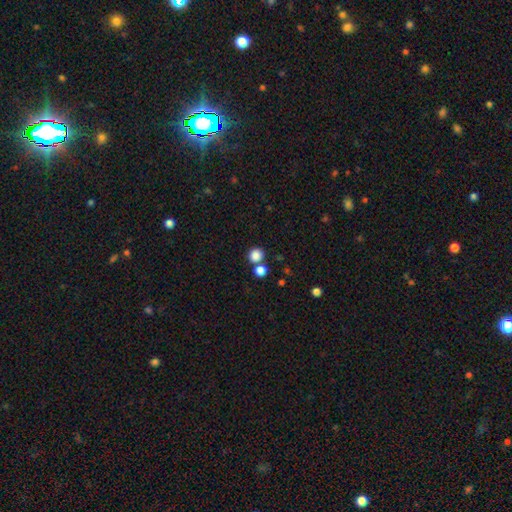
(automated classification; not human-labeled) This is clearly a smooth galaxy (84%). How rounded: clearly round (86%). Merging: likely none (66%).